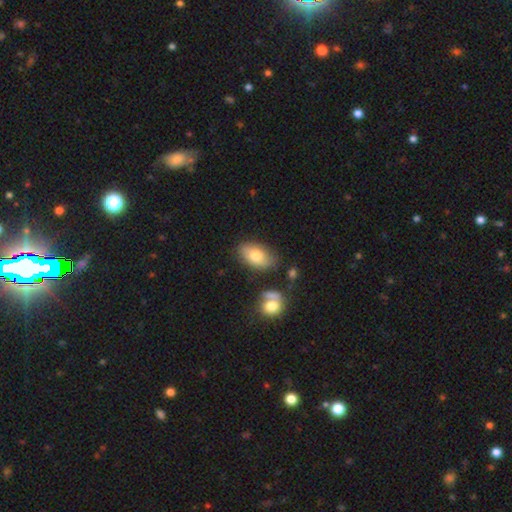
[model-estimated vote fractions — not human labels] Smooth or featured? Predicted: smooth (p=0.74). How rounded? Predicted: in between (p=0.90). Merging? Predicted: none (p=0.76).